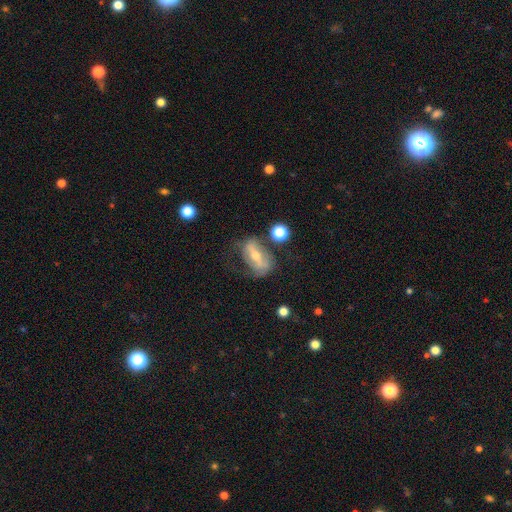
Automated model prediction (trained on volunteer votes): A featured or disk galaxy (60%).

Vote fractions:
- Smooth or featured? featured or disk: 60% / smooth: 31% / star or artifact: 9%
- Edge-on disk? no: 84% / yes: 16%
- Merging? none: 48% / minor disturbance: 25% / major disturbance: 21% / merger: 7%